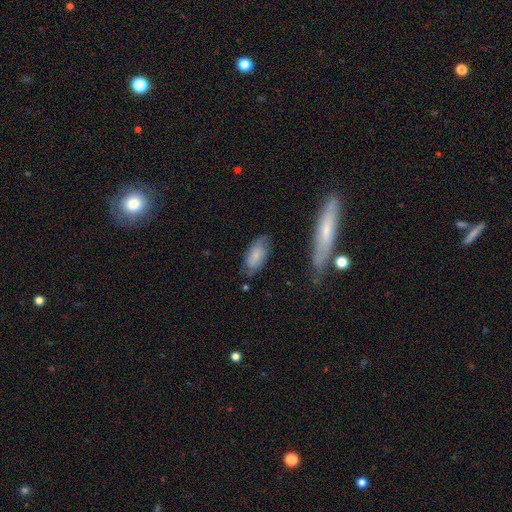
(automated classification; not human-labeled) Overall: smooth (62%; featured or disk 31%). How rounded: in between (87%). Merging: none (70%).